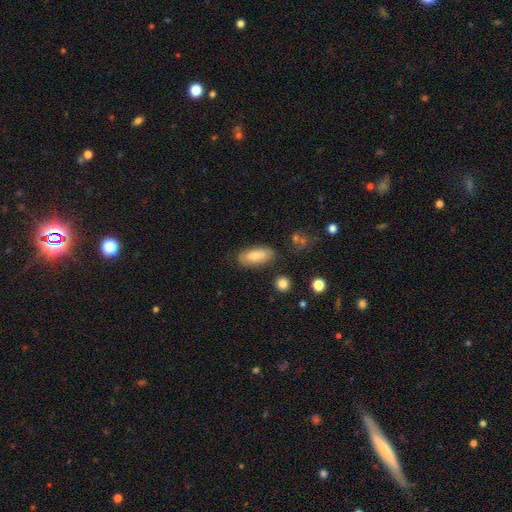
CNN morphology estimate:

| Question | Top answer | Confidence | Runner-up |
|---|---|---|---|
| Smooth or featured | smooth | 75% | featured or disk (19%) |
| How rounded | in between | 85% | cigar-shaped (13%) |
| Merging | none | 74% | minor disturbance (17%) |